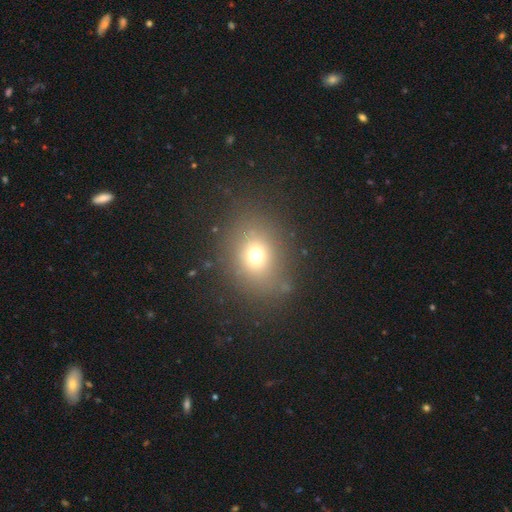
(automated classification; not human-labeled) This appears to be a smooth galaxy with no disk features (69%) that is round (63%). Merging: none (81%).